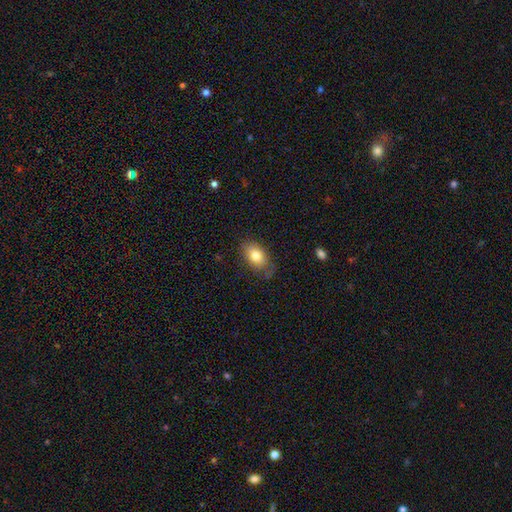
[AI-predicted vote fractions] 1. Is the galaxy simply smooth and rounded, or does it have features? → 79% smooth, 13% featured or disk, 8% star or artifact.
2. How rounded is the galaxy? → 86% in between, 12% round, 2% cigar-shaped.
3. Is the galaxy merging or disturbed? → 68% none, 23% minor disturbance, 7% major disturbance, 1% merger.